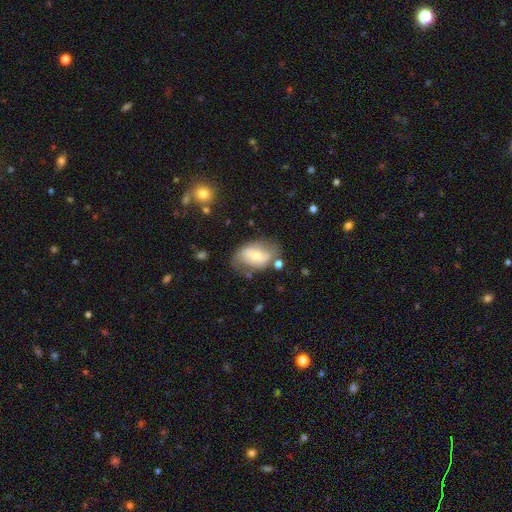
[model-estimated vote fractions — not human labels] smooth-or-featured: smooth: 52% | featured or disk: 40% | star or artifact: 7%
  how-rounded: in between: 84% | round: 14% | cigar-shaped: 2%
  merging: none: 57% | minor disturbance: 25% | major disturbance: 12% | merger: 6%